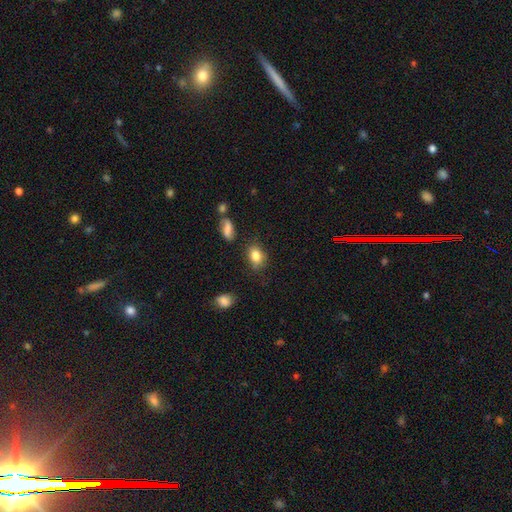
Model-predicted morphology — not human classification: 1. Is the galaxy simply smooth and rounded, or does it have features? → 83% smooth, 9% star or artifact, 8% featured or disk.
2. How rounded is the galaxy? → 74% in between, 25% round, 2% cigar-shaped.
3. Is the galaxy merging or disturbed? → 74% none, 18% minor disturbance, 4% major disturbance, 3% merger.